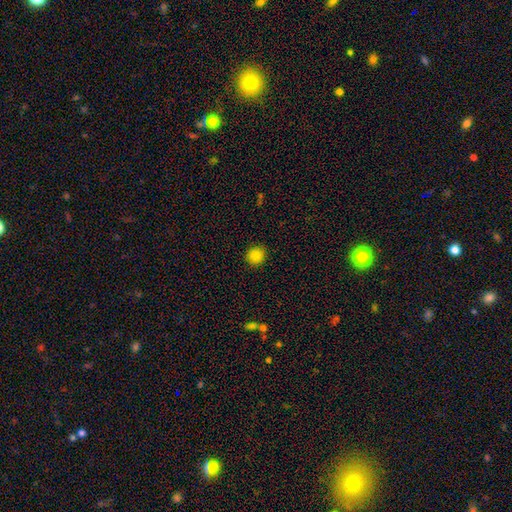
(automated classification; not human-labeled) Smooth or featured: smooth — 86% (star or artifact — 11%)
How rounded: round — 89% (in between — 10%)
Merging: none — 90% (minor disturbance — 7%)